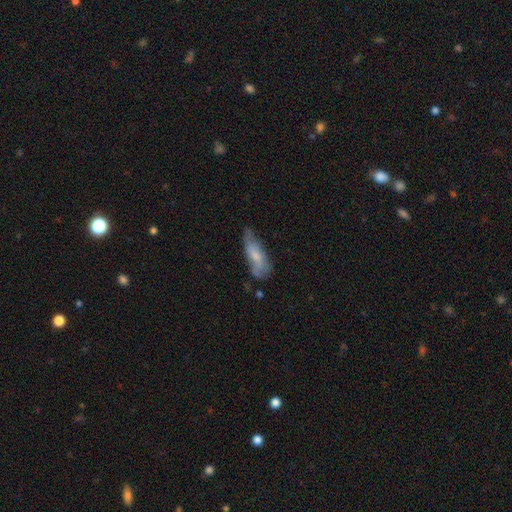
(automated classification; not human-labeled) smooth 56%, featured or disk 37%, star or artifact 7%. Down the decision tree: how rounded — in between (60%); merging — none (44%).